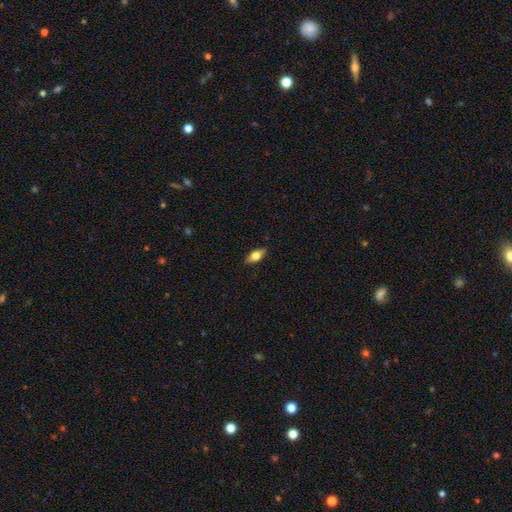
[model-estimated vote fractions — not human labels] Overall: smooth (60%; featured or disk 33%). How rounded: in between (79%). Merging: none (88%).